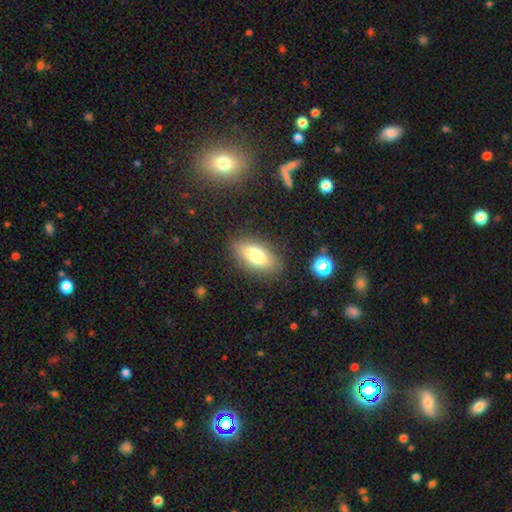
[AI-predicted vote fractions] smooth-or-featured: smooth: 74% | featured or disk: 18% | star or artifact: 9%
  how-rounded: in between: 84% | cigar-shaped: 11% | round: 4%
  merging: none: 84% | minor disturbance: 11% | major disturbance: 3% | merger: 2%